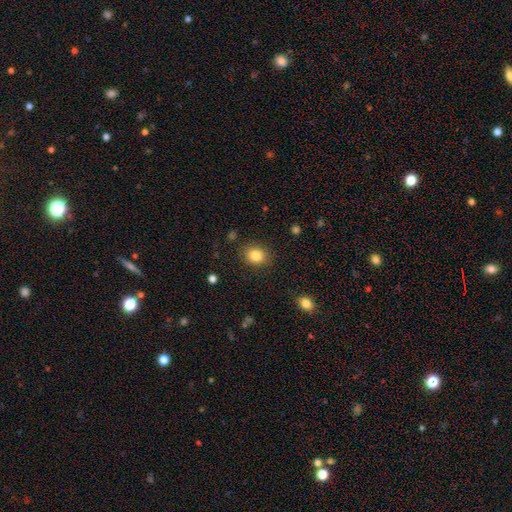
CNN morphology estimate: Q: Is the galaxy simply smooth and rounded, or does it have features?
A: smooth — 83%.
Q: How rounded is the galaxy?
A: round — 62%.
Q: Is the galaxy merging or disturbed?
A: none — 87%.